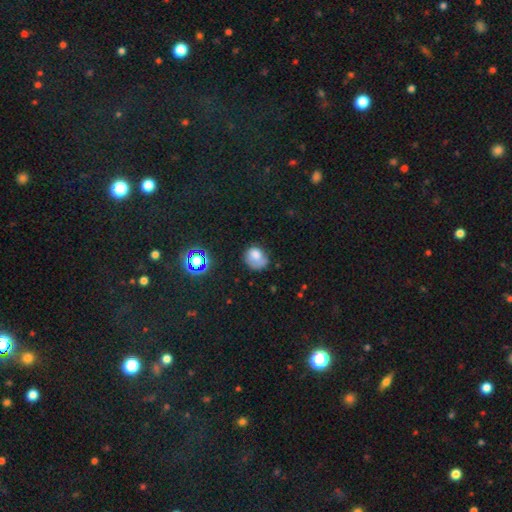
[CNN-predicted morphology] Smooth or featured? Predicted: smooth (p=0.70). How rounded? Predicted: round (p=0.65). Merging? Predicted: none (p=0.44).